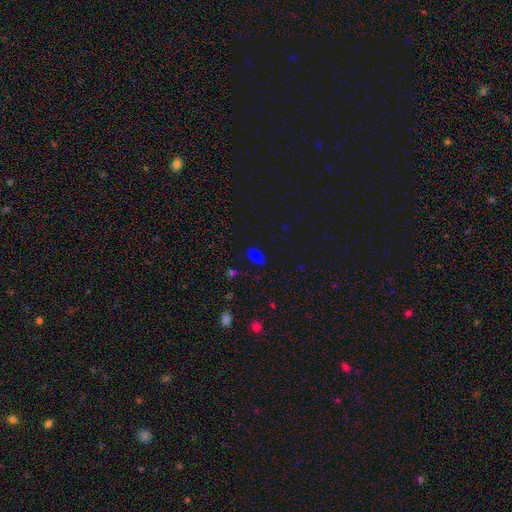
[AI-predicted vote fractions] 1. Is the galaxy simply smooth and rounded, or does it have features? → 77% smooth, 19% star or artifact, 4% featured or disk.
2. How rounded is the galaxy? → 93% in between, 4% round, 3% cigar-shaped.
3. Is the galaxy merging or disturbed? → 82% none, 13% minor disturbance, 3% major disturbance, 2% merger.